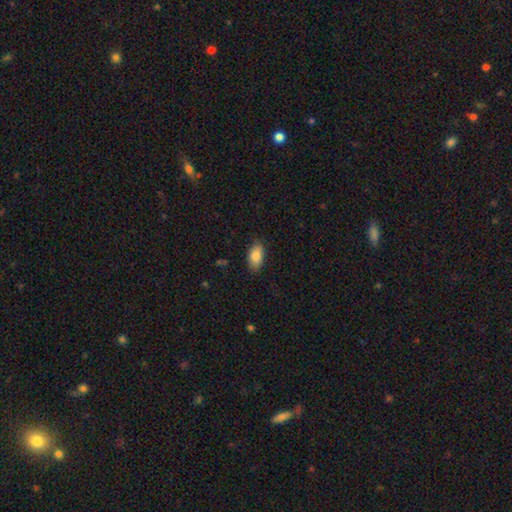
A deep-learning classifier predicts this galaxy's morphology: type=smooth (86%); roundness=in between (93%); merging=none (82%).